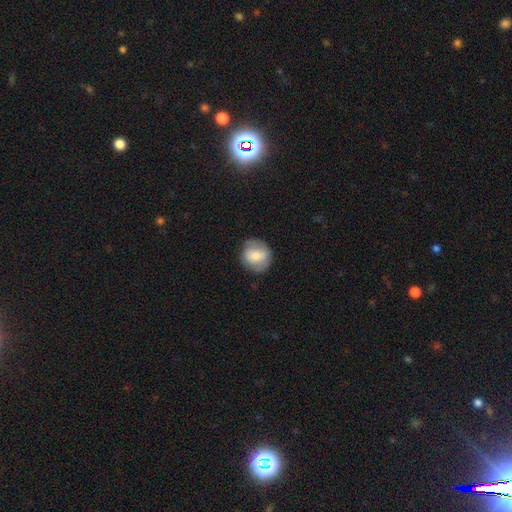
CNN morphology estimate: smooth-or-featured: smooth: 65% | featured or disk: 27% | star or artifact: 7%
  how-rounded: round: 83% | in between: 16% | cigar-shaped: 1%
  merging: none: 73% | minor disturbance: 20% | major disturbance: 6% | merger: 1%